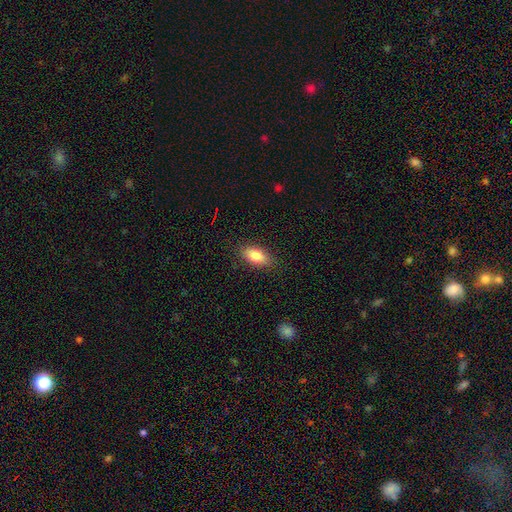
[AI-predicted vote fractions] This is clearly a smooth galaxy (84%). How rounded: clearly in between (87%). Merging: clearly none (86%).